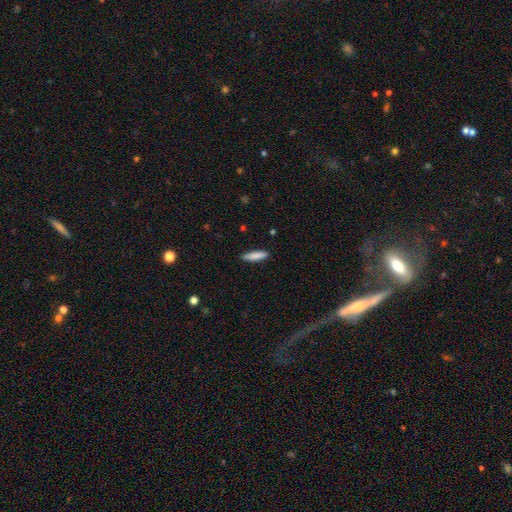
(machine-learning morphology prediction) This appears to be a smooth galaxy with no disk features (85%) that is cigar-shaped (75%). Merging: none (89%).